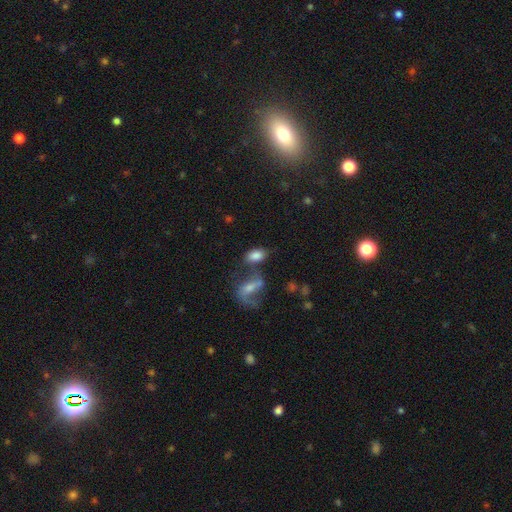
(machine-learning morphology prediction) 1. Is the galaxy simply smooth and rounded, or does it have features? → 76% smooth, 15% featured or disk, 9% star or artifact.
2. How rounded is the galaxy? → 90% in between, 6% round, 3% cigar-shaped.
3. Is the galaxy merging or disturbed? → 45% none, 31% merger, 15% minor disturbance, 9% major disturbance.